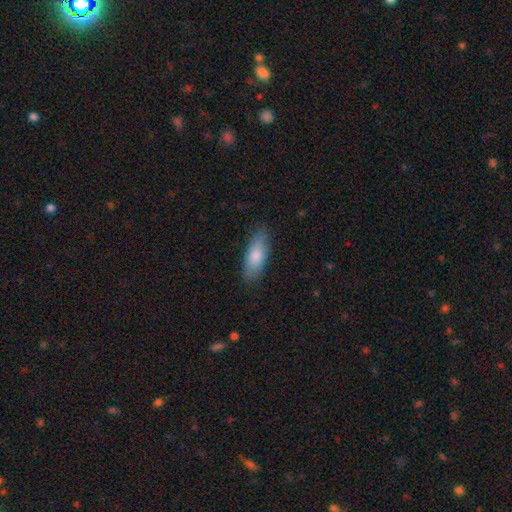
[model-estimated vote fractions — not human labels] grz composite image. It shows a smooth galaxy with no disk features (79%) that is in between round and cigar-shaped (64%). Merging: none (85%).